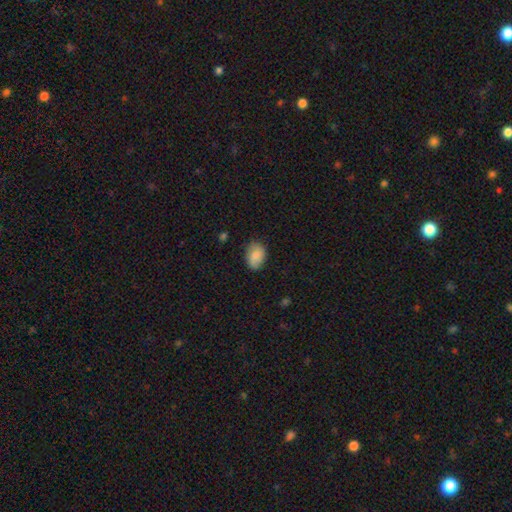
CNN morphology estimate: Smooth or featured? smooth (81%)
How rounded? in between (83%)
Merging? none (73%)